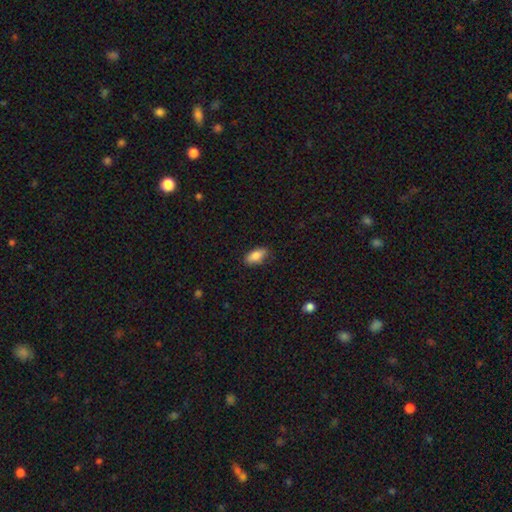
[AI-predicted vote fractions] smooth 83%, featured or disk 10%, star or artifact 7%. Down the decision tree: how rounded — in between (86%); merging — none (84%).